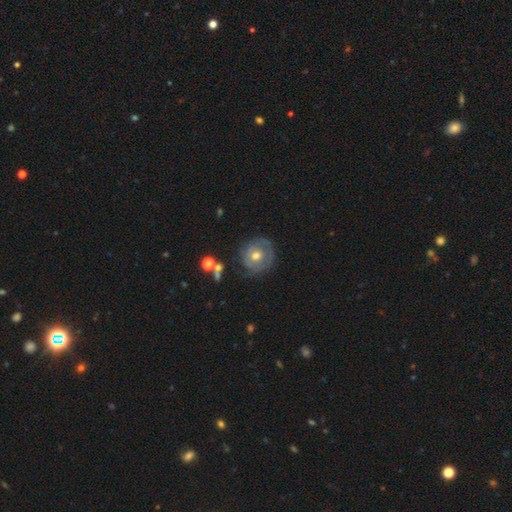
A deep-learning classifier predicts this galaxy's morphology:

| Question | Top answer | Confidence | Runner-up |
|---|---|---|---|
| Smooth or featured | featured or disk | 63% | smooth (31%) |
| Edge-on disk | no | 97% | yes (3%) |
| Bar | no | 77% | weak (19%) |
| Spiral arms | yes | 64% | no (36%) |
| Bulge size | moderate | 75% | small (17%) |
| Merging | none | 68% | minor disturbance (20%) |